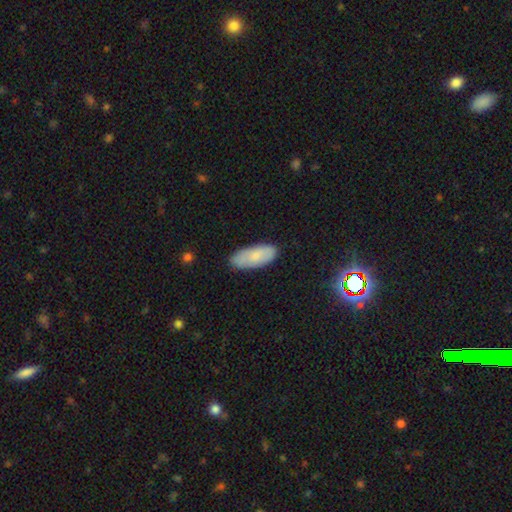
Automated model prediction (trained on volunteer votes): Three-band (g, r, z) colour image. It shows a smooth galaxy with no disk features (75%) that is in between round and cigar-shaped (83%). Merging: none (80%).